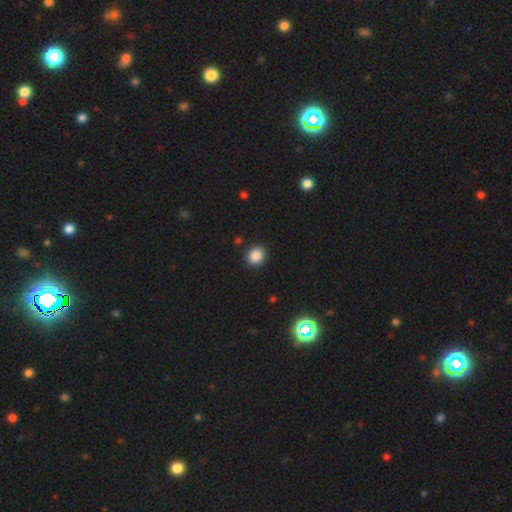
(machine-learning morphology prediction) Smooth or featured? smooth (87%)
How rounded? round (82%)
Merging? none (90%)